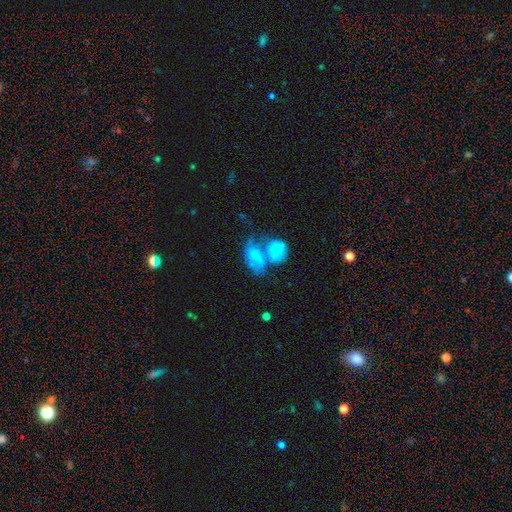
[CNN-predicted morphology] type=smooth (67%); roundness=in between (85%); merging=merger (63%).